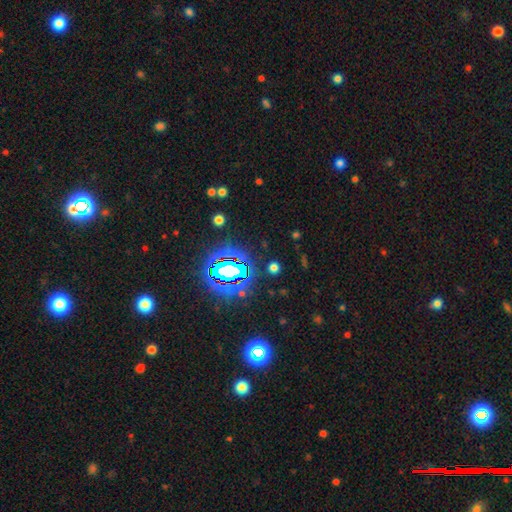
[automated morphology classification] A star or artifact, not a galaxy (82%).

Vote fractions:
- Smooth or featured? star or artifact: 82% / smooth: 11% / featured or disk: 7%